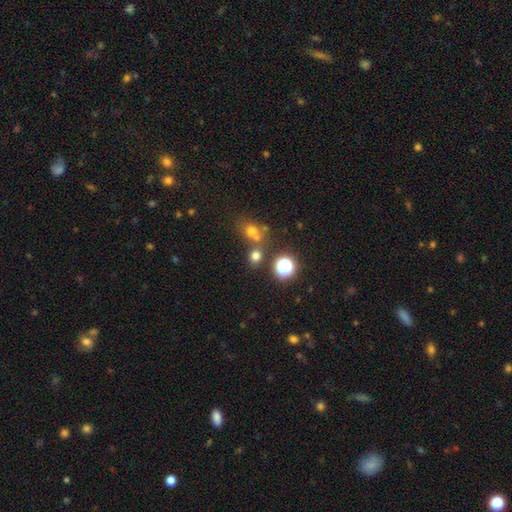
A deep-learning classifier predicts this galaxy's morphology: This is likely a smooth galaxy (68%). How rounded: likely round (76%). Merging: likely none (64%).